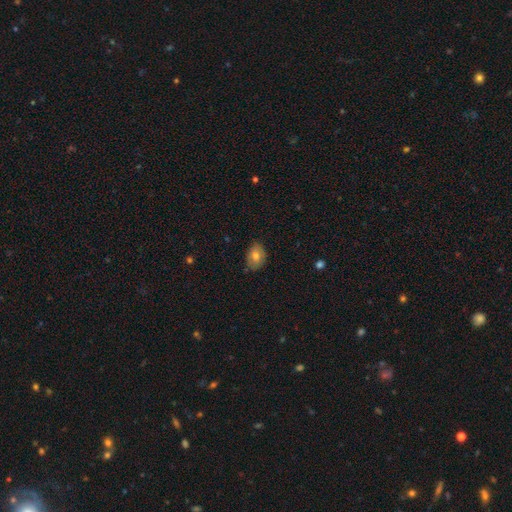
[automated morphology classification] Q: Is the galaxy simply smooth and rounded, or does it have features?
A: smooth — 76%.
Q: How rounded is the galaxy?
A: in between — 78%.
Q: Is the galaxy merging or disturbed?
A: none — 77%.